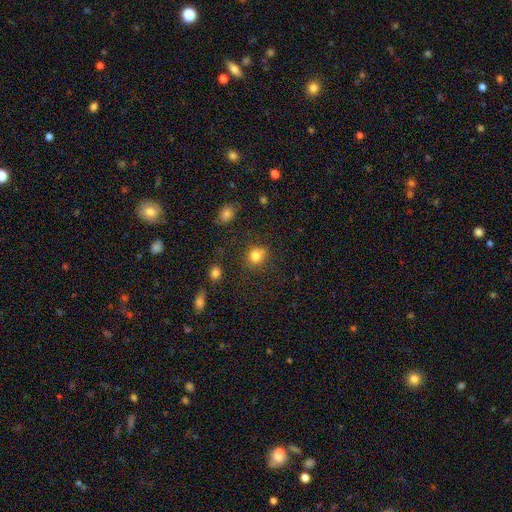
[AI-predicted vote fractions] Smooth or featured? Predicted: smooth (p=0.81). How rounded? Predicted: round (p=0.78). Merging? Predicted: none (p=0.75).